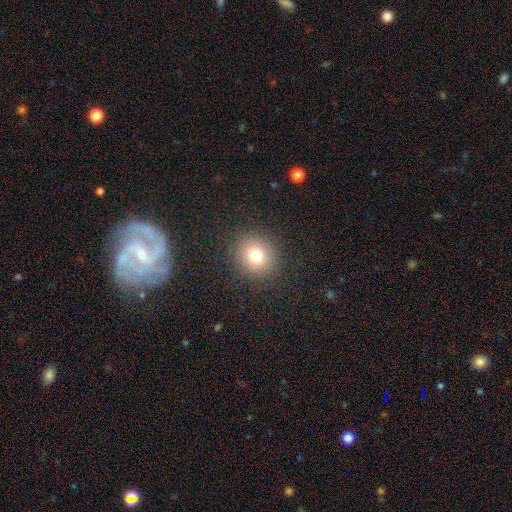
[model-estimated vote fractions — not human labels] This is likely a smooth galaxy (77%). How rounded: clearly round (87%). Merging: clearly none (89%).